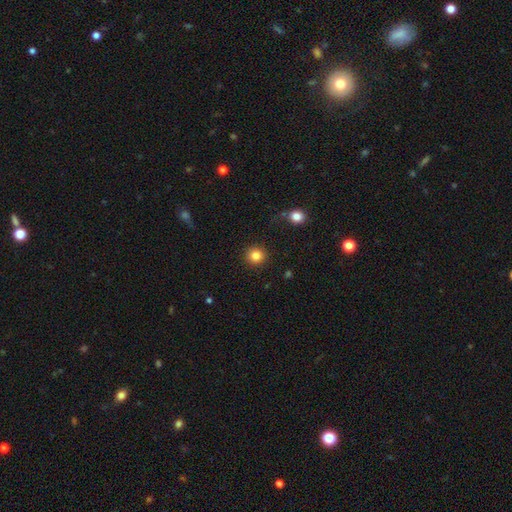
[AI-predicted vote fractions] smooth_or_featured: smooth (p=0.84) [alt: star or artifact p=0.11]
how_rounded: round (p=0.93) [alt: in between p=0.06]
merging: none (p=0.91) [alt: minor disturbance p=0.05]